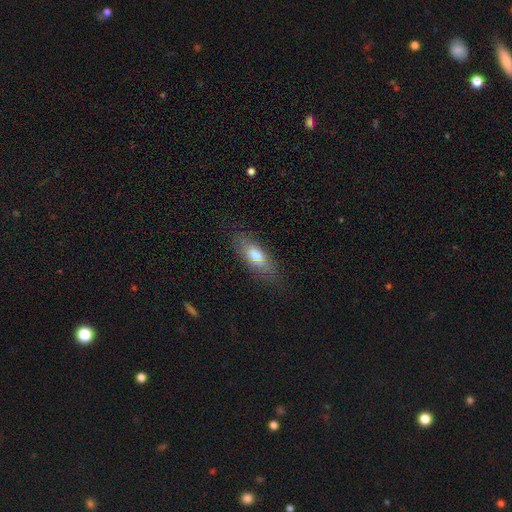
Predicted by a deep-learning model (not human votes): Smooth or featured? smooth (72%)
How rounded? in between (70%)
Merging? none (76%)